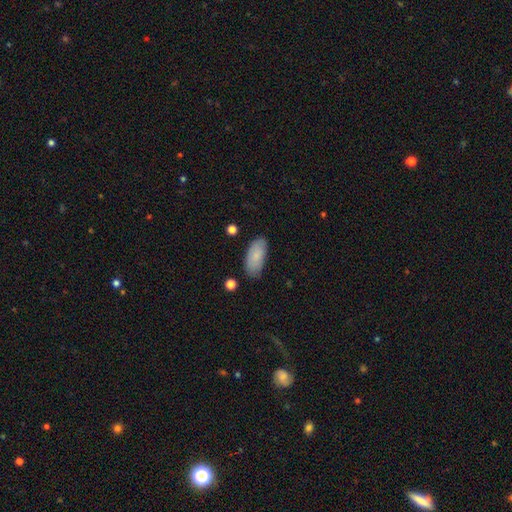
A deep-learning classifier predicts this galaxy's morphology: type=smooth (83%); roundness=in between (89%); merging=none (79%).